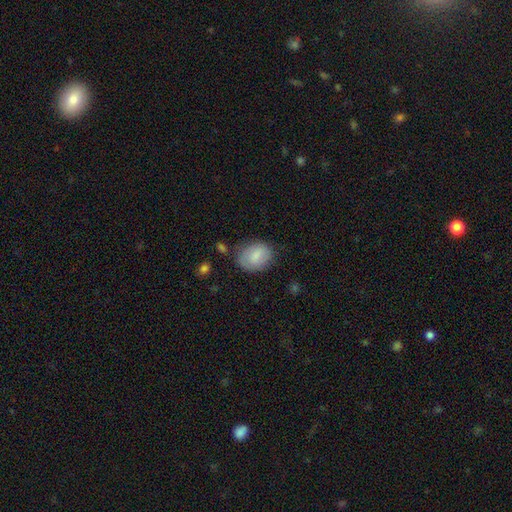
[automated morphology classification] smooth 79%, featured or disk 14%, star or artifact 7%. Down the decision tree: how rounded — in between (60%); merging — none (70%).